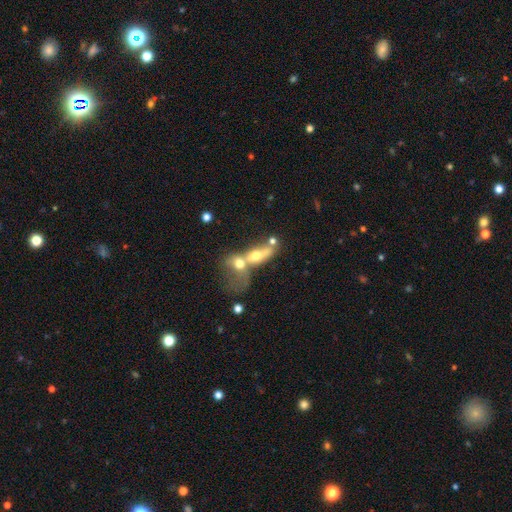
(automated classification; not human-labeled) This is possibly a smooth galaxy (53%). How rounded: likely in between (63%). Merging: likely merger (74%).